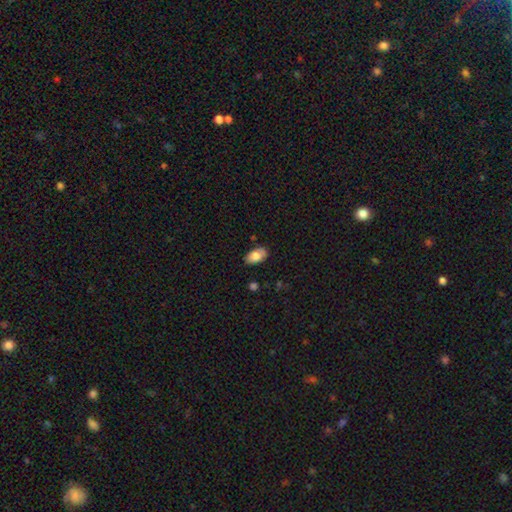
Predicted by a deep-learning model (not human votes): Q: Smooth or featured?
A: smooth (78%); runner-up: featured or disk (15%)
Q: How rounded?
A: in between (94%); runner-up: round (4%)
Q: Merging?
A: none (84%); runner-up: minor disturbance (13%)